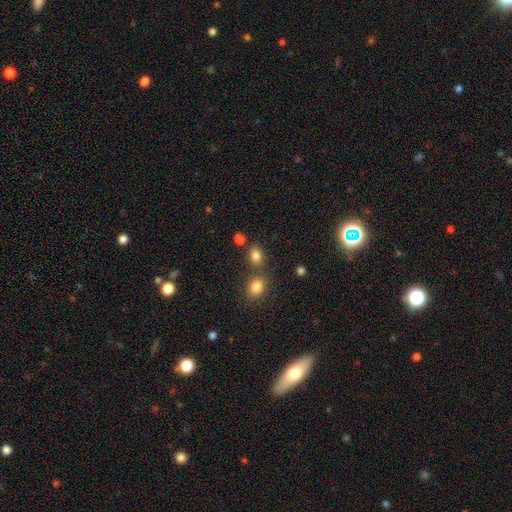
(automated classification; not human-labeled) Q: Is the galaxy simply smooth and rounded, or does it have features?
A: smooth — 82%.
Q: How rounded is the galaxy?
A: in between — 65%.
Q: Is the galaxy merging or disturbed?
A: none — 67%.